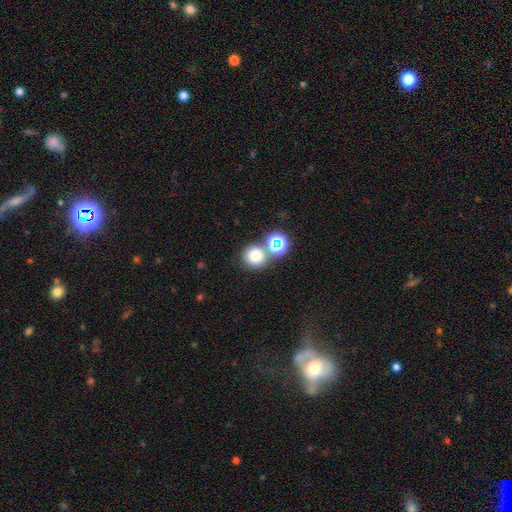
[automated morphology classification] smooth_or_featured: smooth (p=0.75) [alt: star or artifact p=0.18]
how_rounded: round (p=0.89) [alt: in between p=0.10]
merging: none (p=0.64) [alt: merger p=0.24]